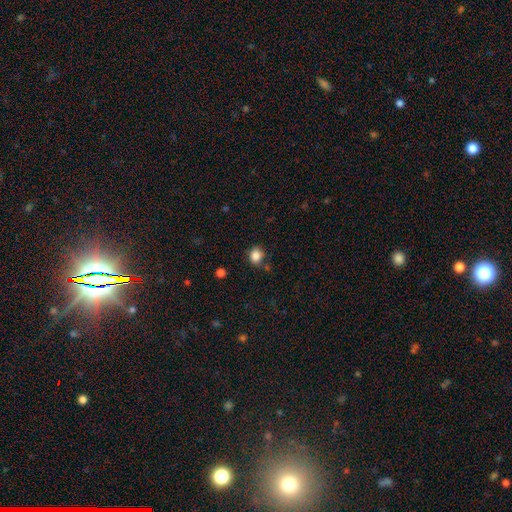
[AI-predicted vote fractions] A smooth galaxy with no disk features (85%) that is round (76%).

Vote fractions:
- Smooth or featured? smooth: 85% / star or artifact: 11% / featured or disk: 4%
- How rounded? round: 76% / in between: 23% / cigar-shaped: 1%
- Merging? none: 73% / minor disturbance: 17% / merger: 6% / major disturbance: 5%